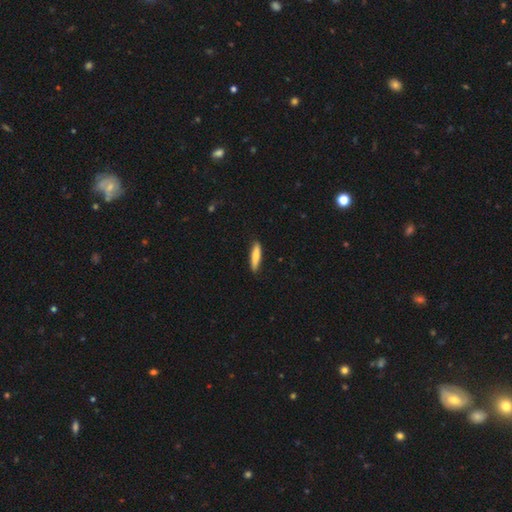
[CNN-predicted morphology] Smooth or featured? smooth (79%)
How rounded? cigar-shaped (83%)
Merging? none (88%)